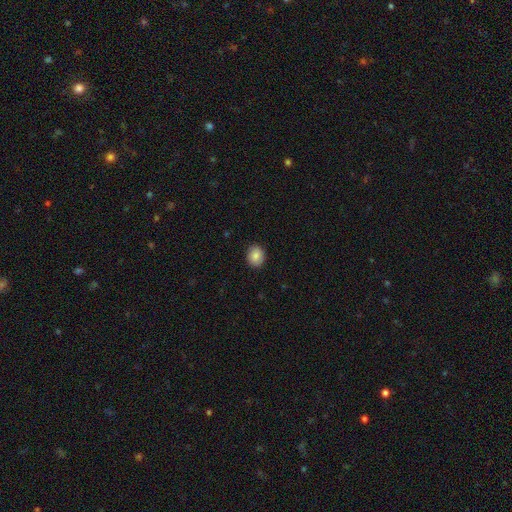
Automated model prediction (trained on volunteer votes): This is clearly a smooth galaxy (86%). How rounded: likely round (64%). Merging: clearly none (89%).